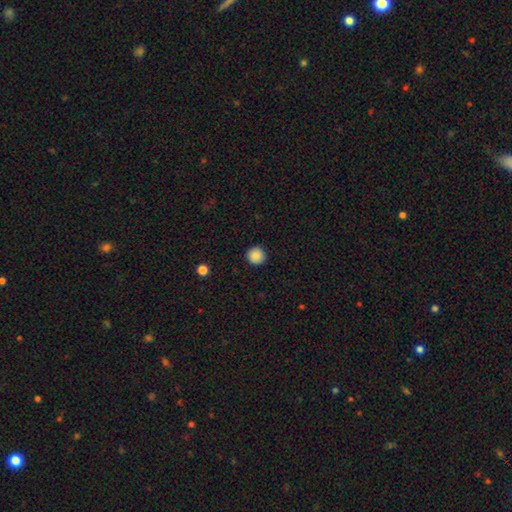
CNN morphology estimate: Overall: smooth (88%). How rounded: round (95%). Merging: none (92%).